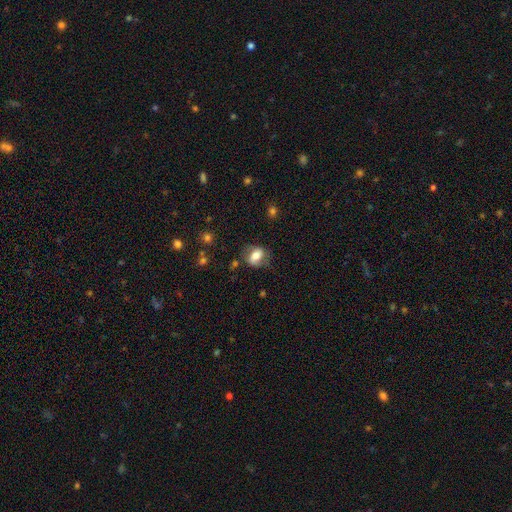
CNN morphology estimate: Q: Smooth or featured?
A: smooth (66%); runner-up: featured or disk (26%)
Q: How rounded?
A: in between (71%); runner-up: round (26%)
Q: Merging?
A: none (65%); runner-up: minor disturbance (22%)